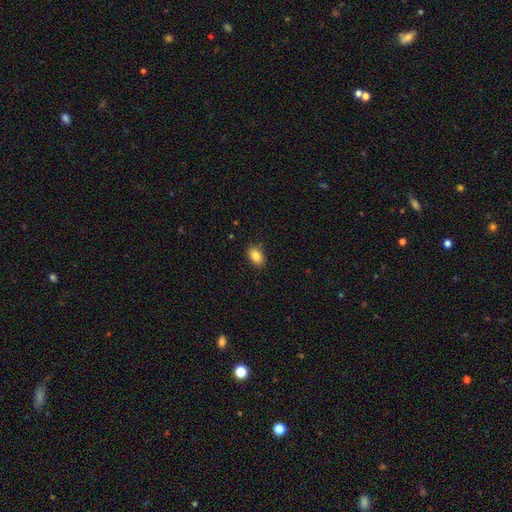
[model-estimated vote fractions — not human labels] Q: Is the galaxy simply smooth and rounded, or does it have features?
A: smooth — 86%.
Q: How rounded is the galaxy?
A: in between — 86%.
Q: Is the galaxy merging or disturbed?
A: none — 86%.